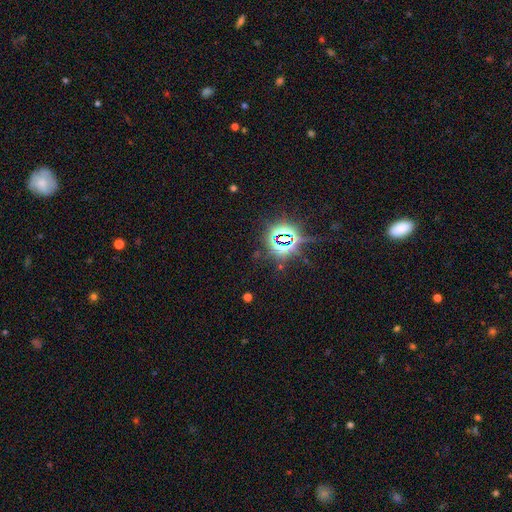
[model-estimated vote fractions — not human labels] smooth-or-featured: star or artifact: 83% | smooth: 10% | featured or disk: 7%